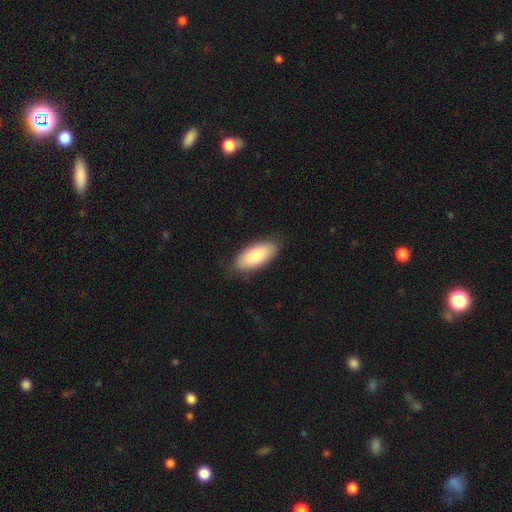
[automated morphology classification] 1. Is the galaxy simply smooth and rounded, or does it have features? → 85% smooth, 10% featured or disk, 5% star or artifact.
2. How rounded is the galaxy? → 90% in between, 8% cigar-shaped, 2% round.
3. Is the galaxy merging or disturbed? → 83% none, 13% minor disturbance, 3% major disturbance, 1% merger.